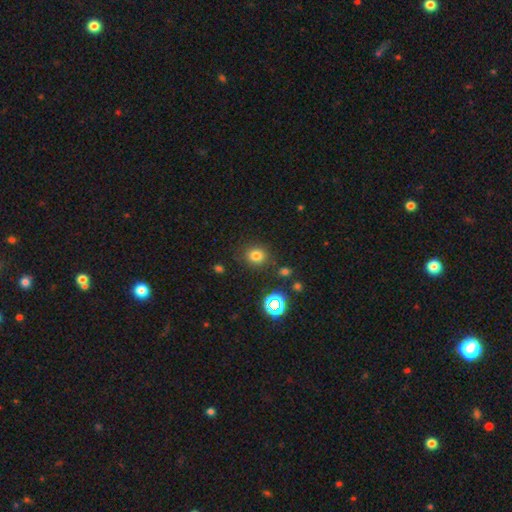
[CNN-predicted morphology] Overall: smooth (76%). How rounded: round (80%). Merging: none (84%).